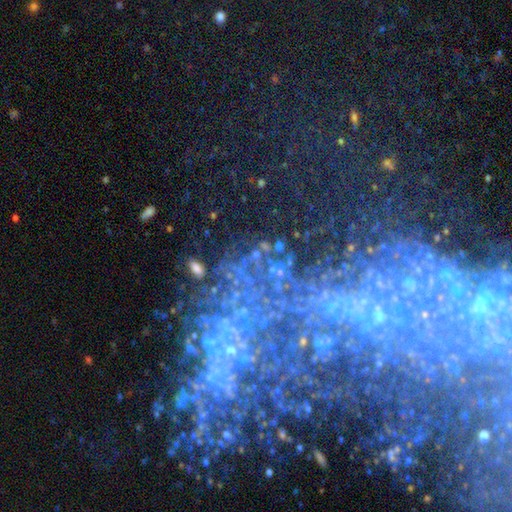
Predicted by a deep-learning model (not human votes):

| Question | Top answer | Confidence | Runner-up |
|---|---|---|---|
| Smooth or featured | star or artifact | 54% | featured or disk (34%) |